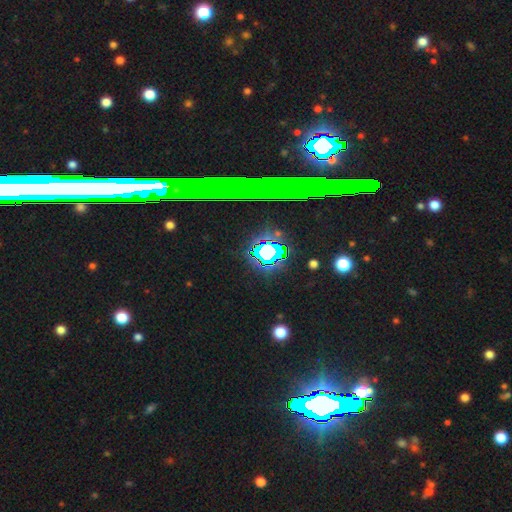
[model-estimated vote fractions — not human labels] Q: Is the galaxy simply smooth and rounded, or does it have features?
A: star or artifact — 73%.